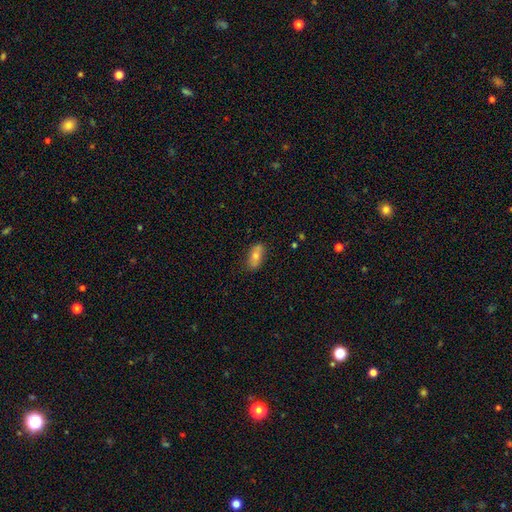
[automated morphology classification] Smooth or featured: smooth — 71% (featured or disk — 22%)
How rounded: in between — 85% (cigar-shaped — 11%)
Merging: none — 80% (minor disturbance — 14%)